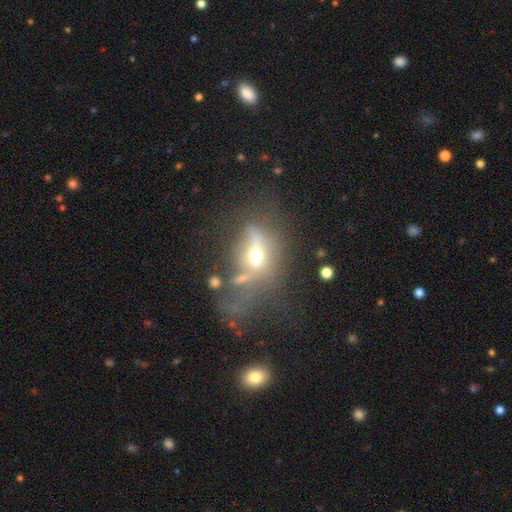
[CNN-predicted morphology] featured or disk 53%, smooth 32%, star or artifact 14%. Down the decision tree: edge-on disk — no (63%); merging — major disturbance (37%).